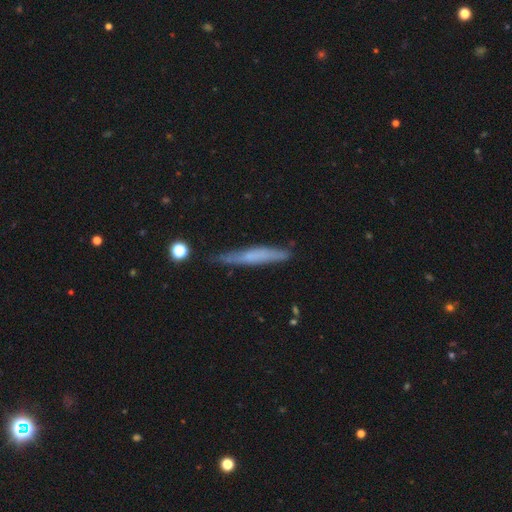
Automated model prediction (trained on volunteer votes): Morphology: type=smooth (50%); roundness=cigar-shaped (94%); merging=none (75%).